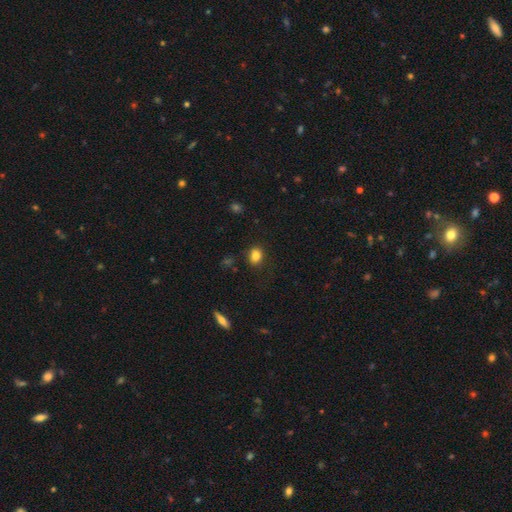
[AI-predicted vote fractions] This appears to be a smooth galaxy with no disk features (83%) that is in between round and cigar-shaped (53%). Merging: none (83%).